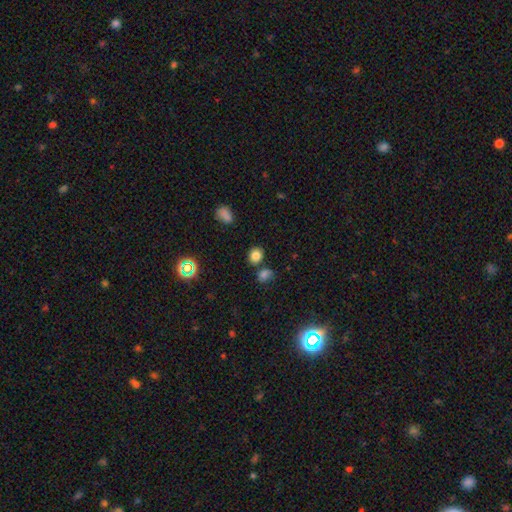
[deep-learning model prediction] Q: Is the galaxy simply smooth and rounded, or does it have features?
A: smooth — 80%.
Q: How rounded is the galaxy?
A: round — 64%.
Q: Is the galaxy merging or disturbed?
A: none — 75%.